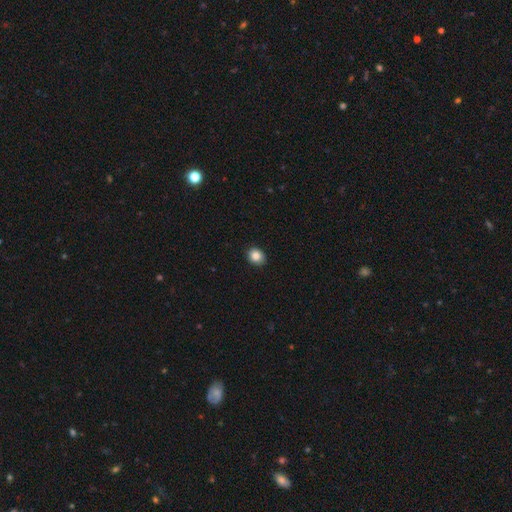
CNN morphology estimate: smooth-or-featured: smooth: 85% | star or artifact: 9% | featured or disk: 6%
  how-rounded: round: 60% | in between: 40% | cigar-shaped: 1%
  merging: none: 90% | minor disturbance: 7% | major disturbance: 2% | merger: 1%